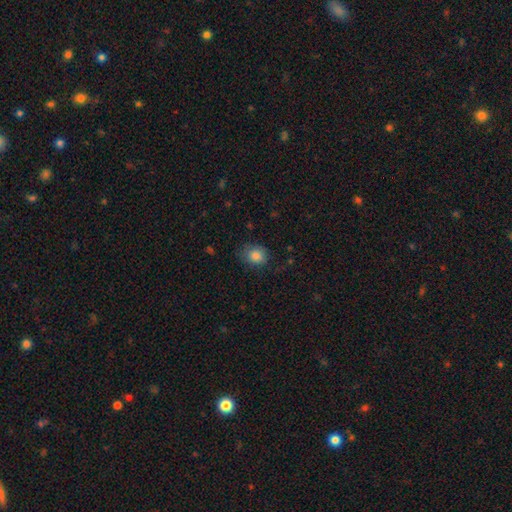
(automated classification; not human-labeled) This appears to be a smooth galaxy with no disk features (85%) that is round (60%). Merging: none (71%).